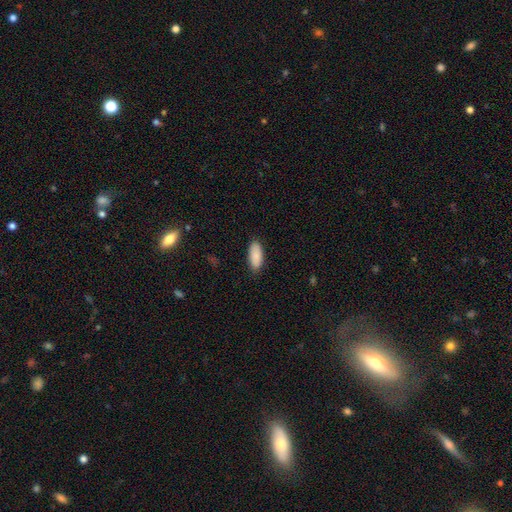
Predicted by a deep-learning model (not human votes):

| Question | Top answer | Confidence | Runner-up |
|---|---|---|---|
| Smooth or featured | smooth | 90% | star or artifact (6%) |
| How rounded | in between | 86% | cigar-shaped (13%) |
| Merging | none | 85% | minor disturbance (11%) |